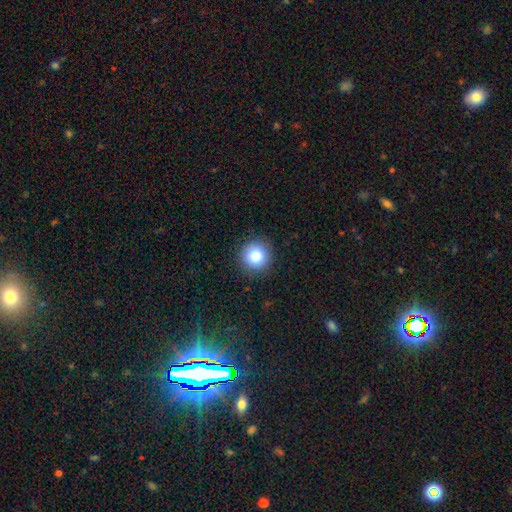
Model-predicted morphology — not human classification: Q: Smooth or featured?
A: smooth (82%); runner-up: star or artifact (11%)
Q: How rounded?
A: round (95%); runner-up: in between (4%)
Q: Merging?
A: none (91%); runner-up: minor disturbance (6%)